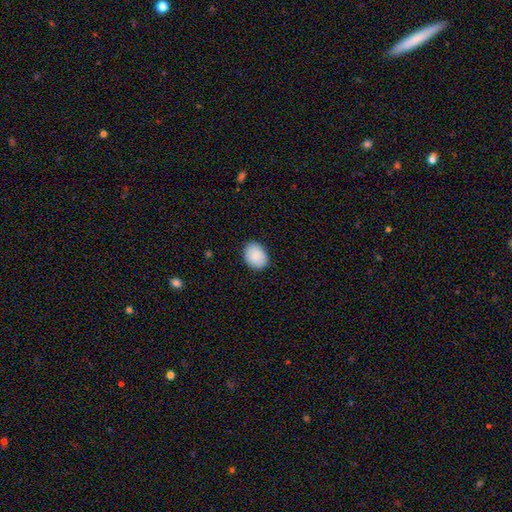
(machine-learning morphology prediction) Smooth or featured? smooth (90%)
How rounded? in between (62%)
Merging? none (88%)